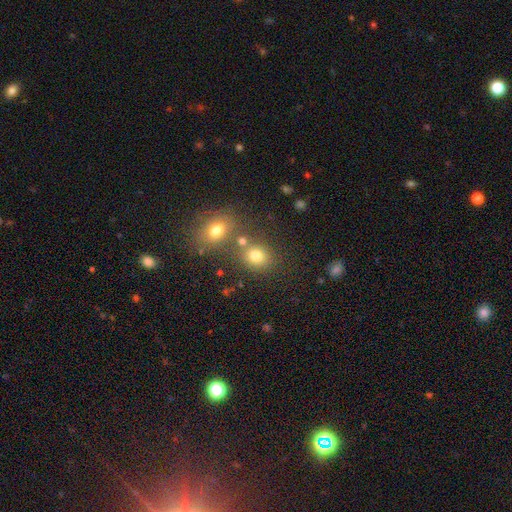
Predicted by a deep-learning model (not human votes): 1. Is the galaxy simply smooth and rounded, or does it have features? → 74% smooth, 17% star or artifact, 9% featured or disk.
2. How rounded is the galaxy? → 66% round, 33% in between, 1% cigar-shaped.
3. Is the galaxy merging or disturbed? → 63% none, 23% merger, 10% minor disturbance, 4% major disturbance.